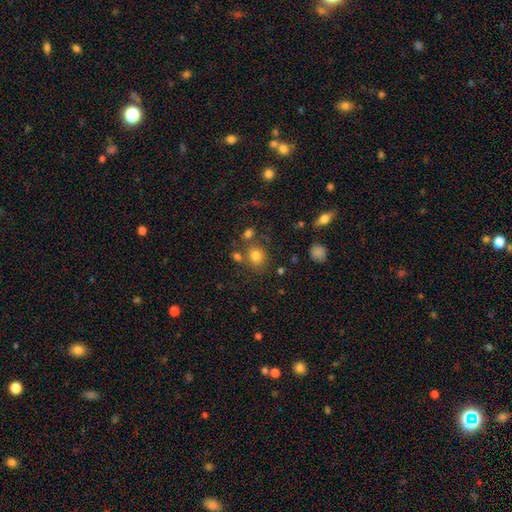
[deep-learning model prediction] A smooth galaxy with no disk features (78%) that is round (73%).

Vote fractions:
- Smooth or featured? smooth: 78% / star or artifact: 14% / featured or disk: 8%
- How rounded? round: 73% / in between: 26% / cigar-shaped: 1%
- Merging? none: 69% / merger: 14% / minor disturbance: 12% / major disturbance: 5%